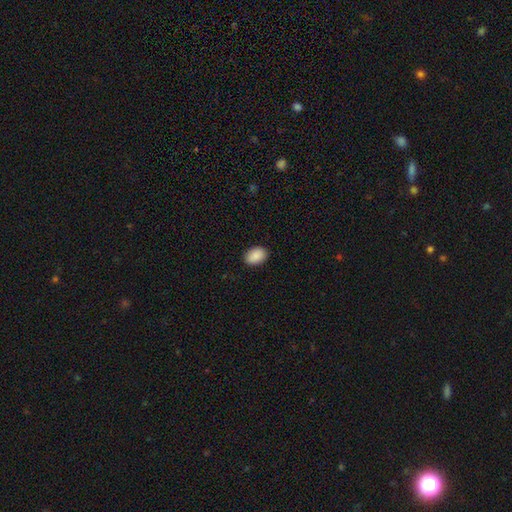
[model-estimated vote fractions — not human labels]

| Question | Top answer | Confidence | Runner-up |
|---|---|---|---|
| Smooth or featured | smooth | 90% | star or artifact (7%) |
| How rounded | in between | 84% | round (15%) |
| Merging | none | 89% | minor disturbance (8%) |